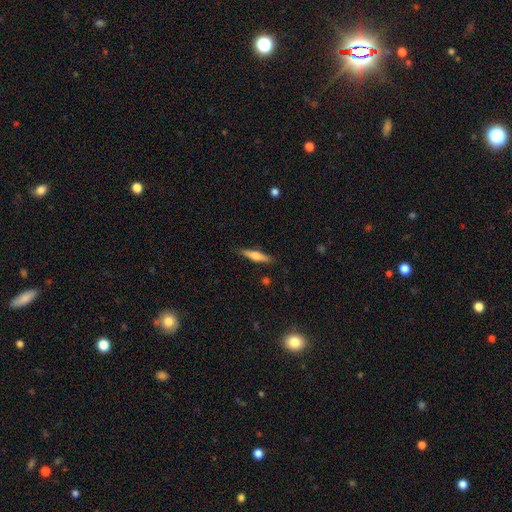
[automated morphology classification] Q: Smooth or featured?
A: smooth (51%); runner-up: featured or disk (43%)
Q: How rounded?
A: cigar-shaped (82%); runner-up: in between (16%)
Q: Merging?
A: none (87%); runner-up: minor disturbance (10%)